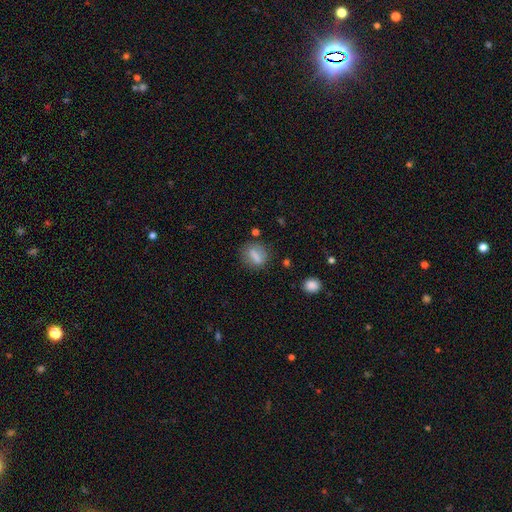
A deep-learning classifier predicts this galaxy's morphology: A smooth galaxy with no disk features (71%) that is in between round and cigar-shaped (47%).

Vote fractions:
- Smooth or featured? smooth: 71% / featured or disk: 19% / star or artifact: 10%
- How rounded? in between: 47% / round: 38% / cigar-shaped: 15%
- Merging? none: 76% / minor disturbance: 14% / major disturbance: 6% / merger: 3%